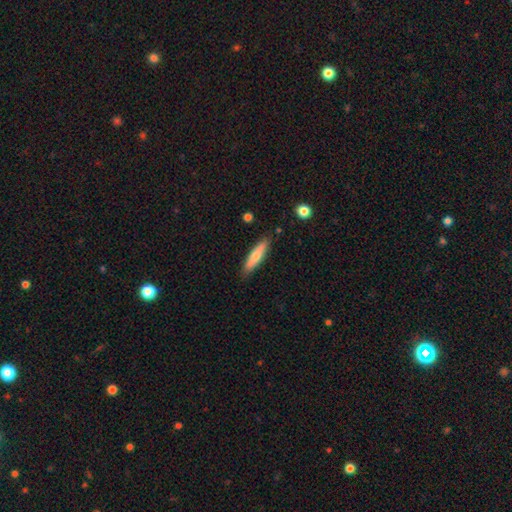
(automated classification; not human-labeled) smooth-or-featured: smooth: 70% | featured or disk: 24% | star or artifact: 6%
  how-rounded: cigar-shaped: 76% | in between: 22% | round: 2%
  merging: none: 85% | minor disturbance: 11% | major disturbance: 2% | merger: 2%